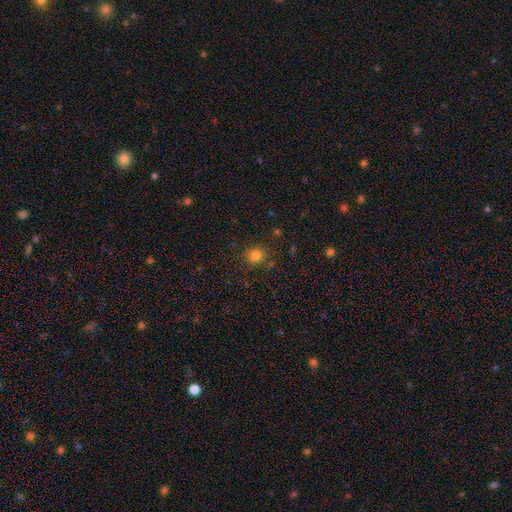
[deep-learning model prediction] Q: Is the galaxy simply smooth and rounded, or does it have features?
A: smooth — 81%.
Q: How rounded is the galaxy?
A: round — 85%.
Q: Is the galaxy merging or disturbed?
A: none — 85%.